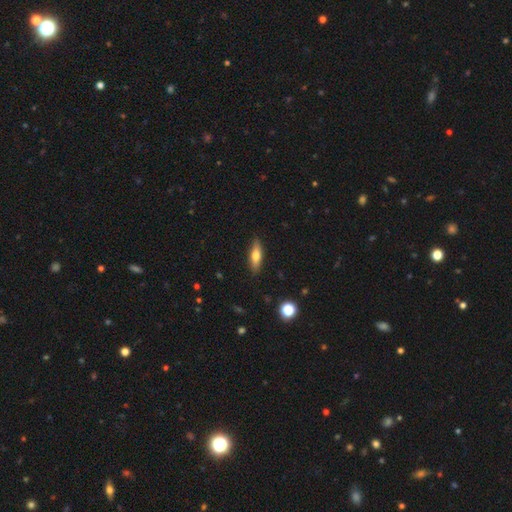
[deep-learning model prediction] Smooth or featured? Predicted: smooth (p=0.60). How rounded? Predicted: cigar-shaped (p=0.53). Merging? Predicted: none (p=0.88).